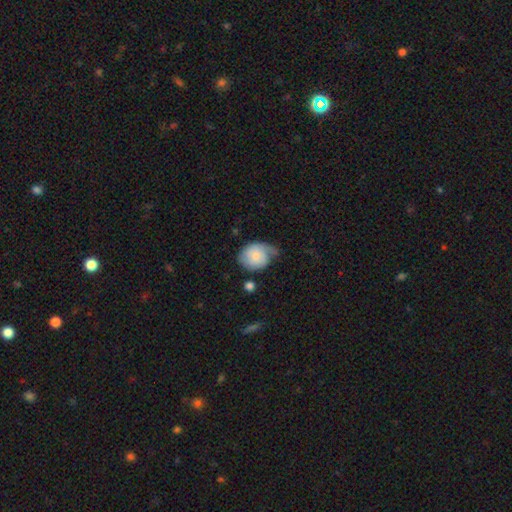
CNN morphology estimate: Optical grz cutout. It shows a smooth galaxy with no disk features (67%) that is round (57%). Merging: minor disturbance (40%).